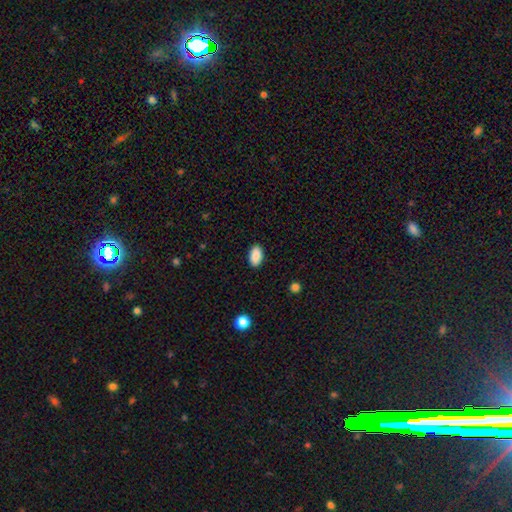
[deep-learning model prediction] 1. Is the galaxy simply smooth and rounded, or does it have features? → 89% smooth, 7% star or artifact, 4% featured or disk.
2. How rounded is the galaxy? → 93% in between, 5% round, 2% cigar-shaped.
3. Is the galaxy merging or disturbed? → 89% none, 8% minor disturbance, 2% major disturbance, 1% merger.